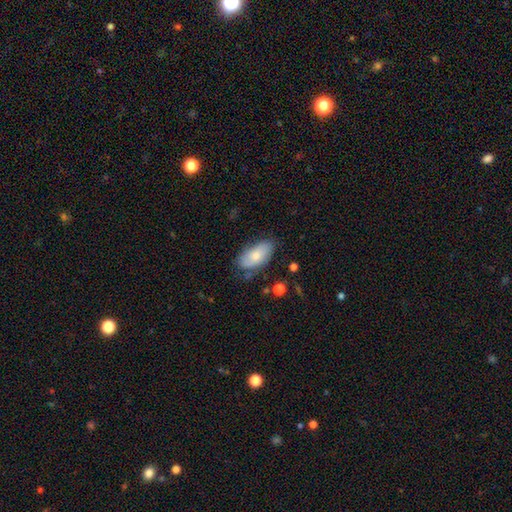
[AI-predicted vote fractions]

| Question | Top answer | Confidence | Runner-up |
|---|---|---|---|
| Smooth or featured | smooth | 71% | featured or disk (22%) |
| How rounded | in between | 93% | cigar-shaped (4%) |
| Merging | none | 69% | minor disturbance (23%) |